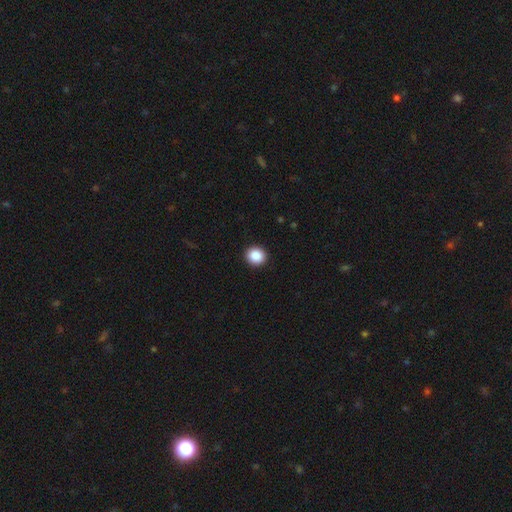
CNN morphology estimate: type=smooth (89%); roundness=round (88%); merging=none (93%).